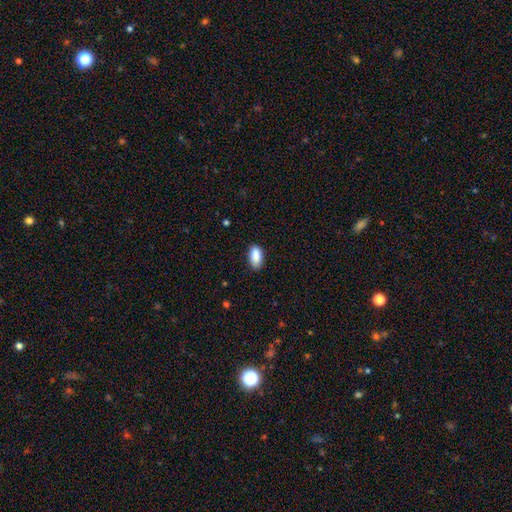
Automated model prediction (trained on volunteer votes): Q: Smooth or featured?
A: smooth (90%); runner-up: star or artifact (7%)
Q: How rounded?
A: in between (92%); runner-up: cigar-shaped (5%)
Q: Merging?
A: none (84%); runner-up: minor disturbance (12%)